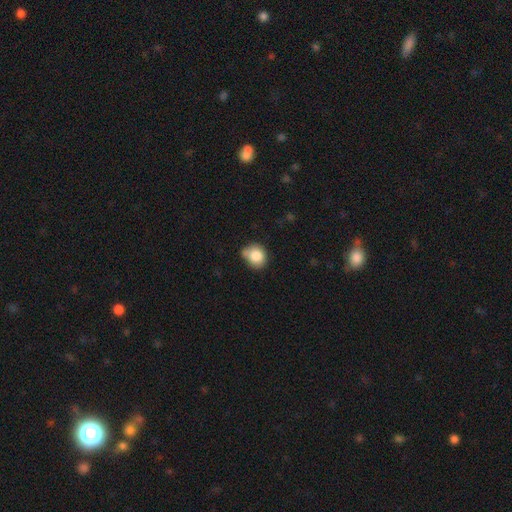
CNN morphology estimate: This appears to be a smooth galaxy with no disk features (83%) that is round (74%). Merging: none (57%).